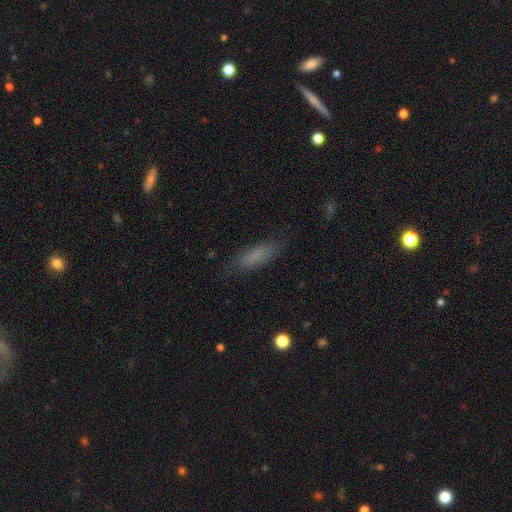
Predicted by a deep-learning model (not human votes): The model was most divided on "how rounded": cigar-shaped: 51%, in between: 47%, round: 2%. More confident: merging — none (77%); smooth or featured — smooth (75%).